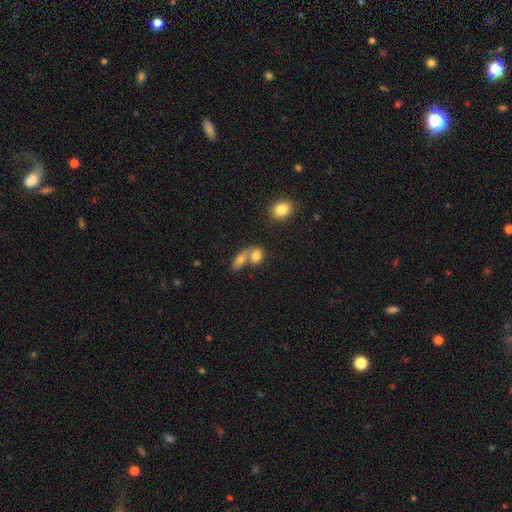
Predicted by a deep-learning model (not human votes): Smooth or featured? smooth (79%)
How rounded? in between (63%)
Merging? merger (58%)